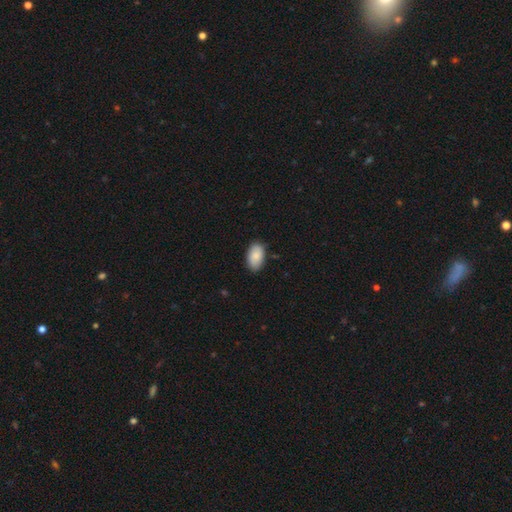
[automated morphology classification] Smooth or featured? Predicted: smooth (p=0.87). How rounded? Predicted: in between (p=0.94). Merging? Predicted: none (p=0.86).